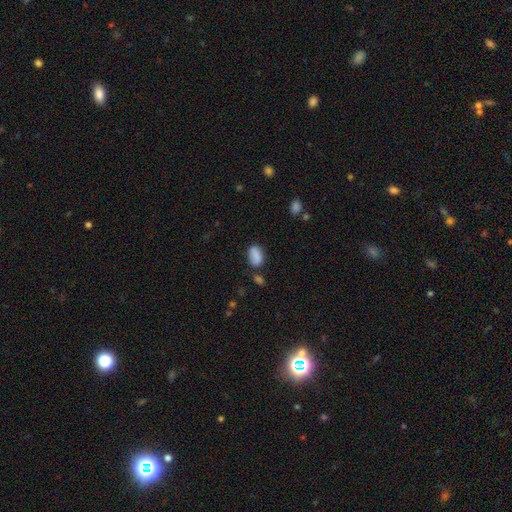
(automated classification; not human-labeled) smooth_or_featured: smooth (p=0.82) [alt: featured or disk p=0.09]
how_rounded: in between (p=0.90) [alt: round p=0.08]
merging: none (p=0.62) [alt: minor disturbance p=0.21]